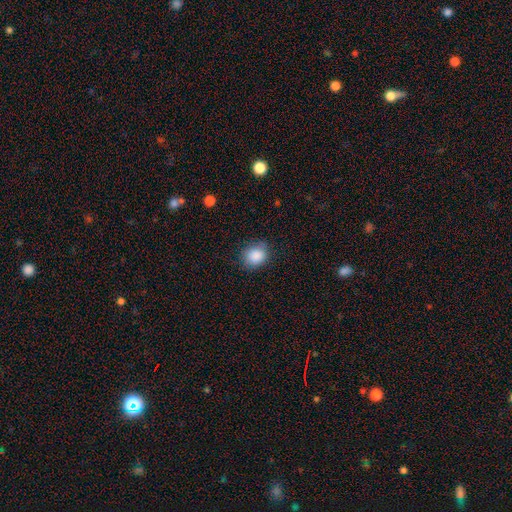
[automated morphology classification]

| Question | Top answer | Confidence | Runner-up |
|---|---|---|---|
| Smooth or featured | smooth | 87% | star or artifact (9%) |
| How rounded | round | 66% | in between (33%) |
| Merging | none | 79% | minor disturbance (16%) |